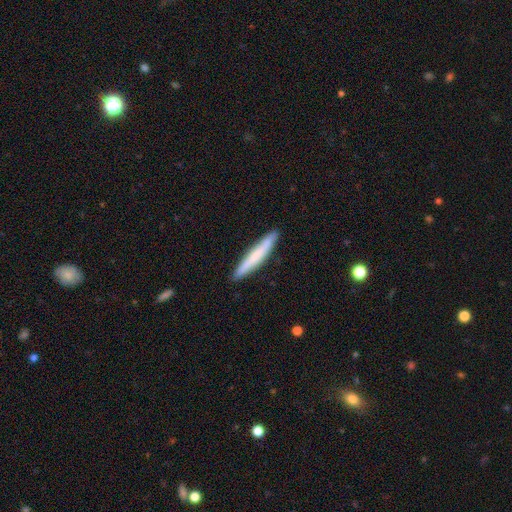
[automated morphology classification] Smooth or featured: smooth — 64% (featured or disk — 30%)
How rounded: cigar-shaped — 95% (in between — 4%)
Merging: none — 89% (minor disturbance — 9%)